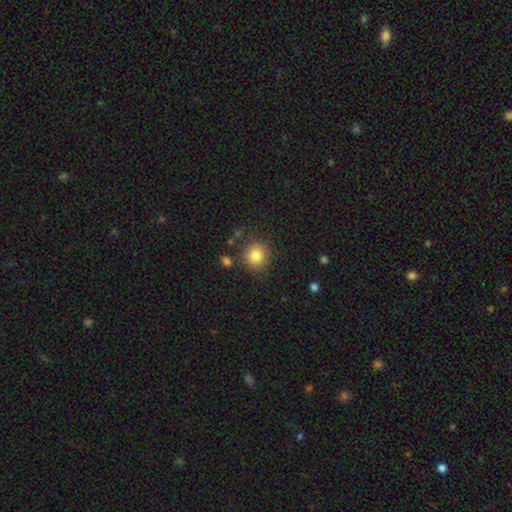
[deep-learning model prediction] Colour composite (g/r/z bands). It shows a smooth galaxy with no disk features (83%) that is round (87%). Merging: none (82%).